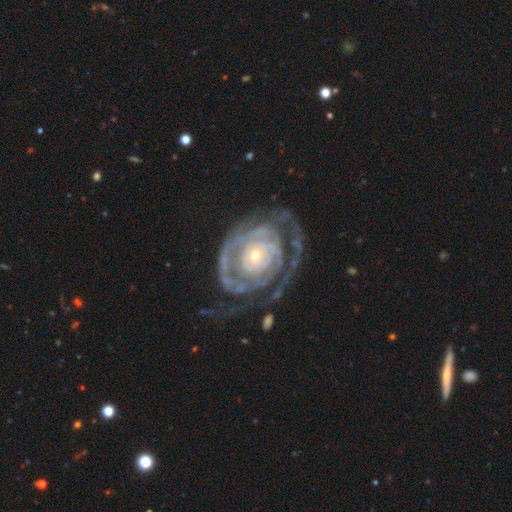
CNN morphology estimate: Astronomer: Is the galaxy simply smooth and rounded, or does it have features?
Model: featured or disk — 87%.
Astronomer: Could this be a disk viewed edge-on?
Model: no — 97%.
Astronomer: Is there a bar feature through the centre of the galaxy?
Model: no — 80%.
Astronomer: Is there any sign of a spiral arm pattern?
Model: yes — 88%.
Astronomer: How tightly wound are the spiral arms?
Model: tight — 72%.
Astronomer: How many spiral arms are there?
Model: can't tell — 33% (runner-up: 2, 28%).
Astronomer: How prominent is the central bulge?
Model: small — 71%.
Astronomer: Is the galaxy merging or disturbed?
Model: none — 57%.